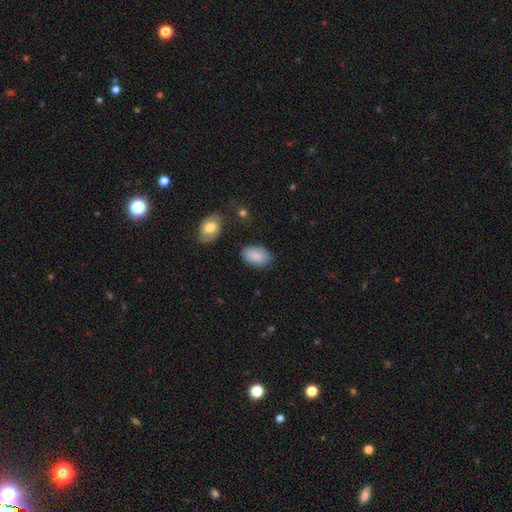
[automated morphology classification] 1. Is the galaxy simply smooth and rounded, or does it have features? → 85% smooth, 8% featured or disk, 7% star or artifact.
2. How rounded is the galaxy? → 92% in between, 7% round, 1% cigar-shaped.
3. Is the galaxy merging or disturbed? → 77% none, 16% minor disturbance, 4% major disturbance, 3% merger.